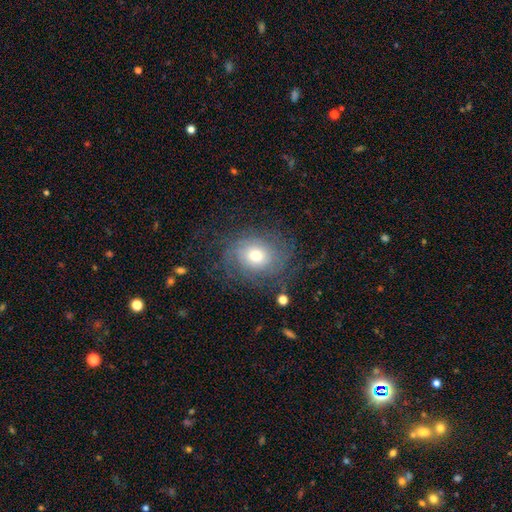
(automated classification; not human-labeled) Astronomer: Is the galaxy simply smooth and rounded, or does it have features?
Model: featured or disk — 59%.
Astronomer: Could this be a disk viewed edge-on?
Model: no — 96%.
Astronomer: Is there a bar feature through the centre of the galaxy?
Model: no — 80%.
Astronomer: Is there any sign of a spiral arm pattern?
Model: yes — 82%.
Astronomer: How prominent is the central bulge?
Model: moderate — 62%.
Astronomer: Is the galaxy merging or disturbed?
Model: none — 68%.